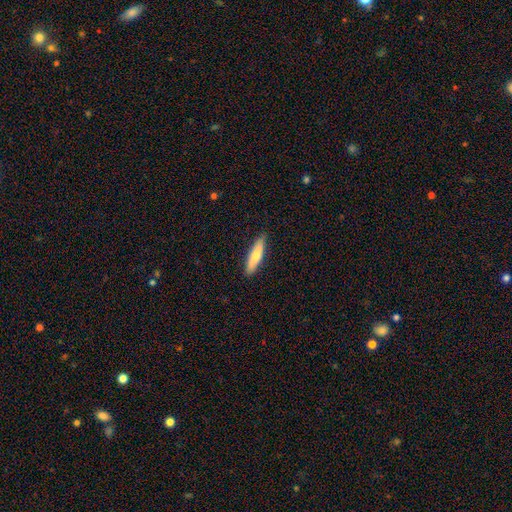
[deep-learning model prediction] A smooth galaxy with no disk features (68%) that is cigar-shaped (76%).

Vote fractions:
- Smooth or featured? smooth: 68% / featured or disk: 27% / star or artifact: 6%
- How rounded? cigar-shaped: 76% / in between: 23% / round: 2%
- Merging? none: 88% / minor disturbance: 9% / major disturbance: 2% / merger: 1%